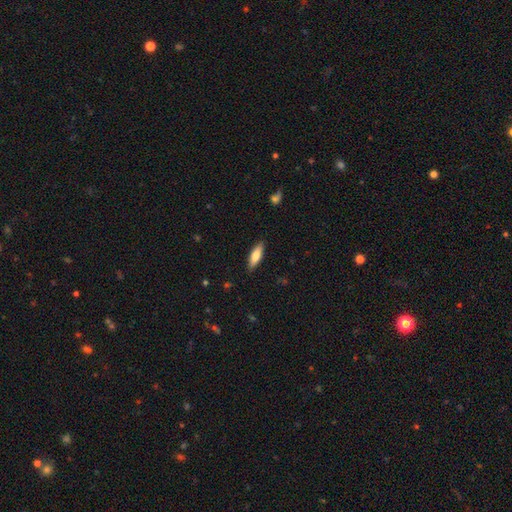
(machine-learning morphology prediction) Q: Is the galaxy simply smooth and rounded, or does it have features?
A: smooth — 71%.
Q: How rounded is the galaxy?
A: cigar-shaped — 51%.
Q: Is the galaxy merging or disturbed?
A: none — 88%.